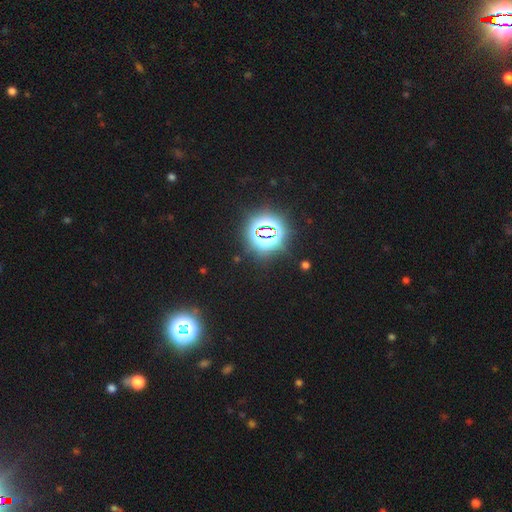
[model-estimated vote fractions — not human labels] star or artifact 82%, smooth 12%, featured or disk 6%.